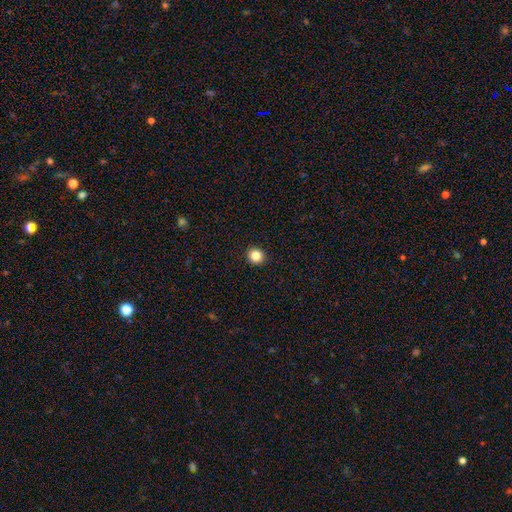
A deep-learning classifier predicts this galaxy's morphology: The model was most divided on "smooth or featured": smooth: 84%, star or artifact: 11%, featured or disk: 5%. More confident: merging — none (93%); how rounded — round (88%).